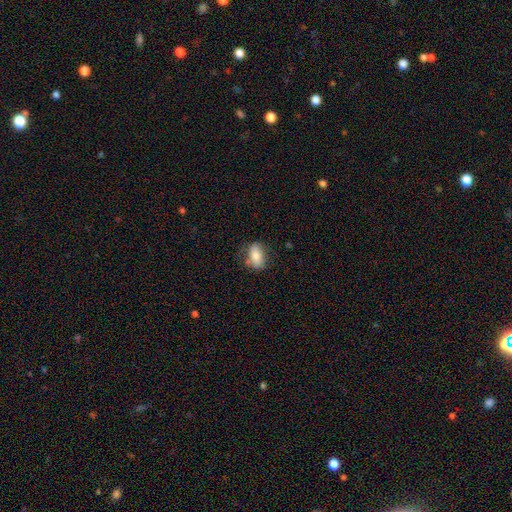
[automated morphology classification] type=smooth (78%); roundness=in between (87%); merging=none (71%).